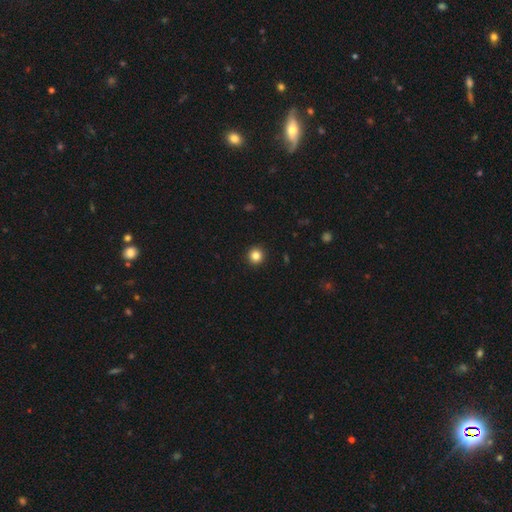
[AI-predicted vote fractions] Smooth or featured? Predicted: smooth (p=0.85). How rounded? Predicted: round (p=0.95). Merging? Predicted: none (p=0.93).